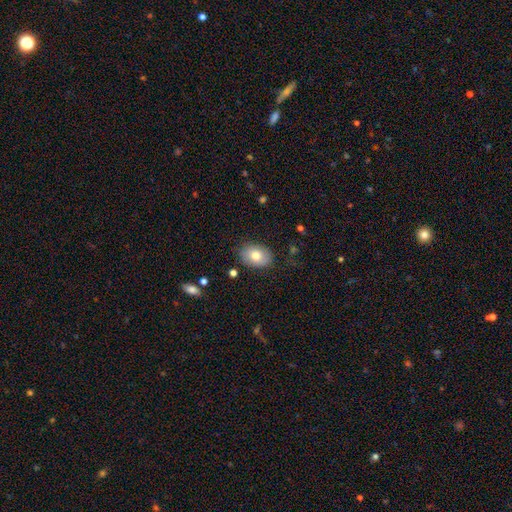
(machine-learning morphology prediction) Overall: smooth (75%). How rounded: in between (77%). Merging: none (83%).